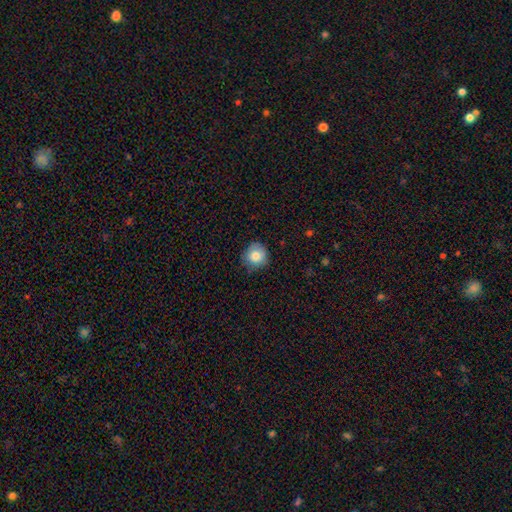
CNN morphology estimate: Smooth or featured? Predicted: smooth (p=0.83). How rounded? Predicted: round (p=0.92). Merging? Predicted: none (p=0.80).